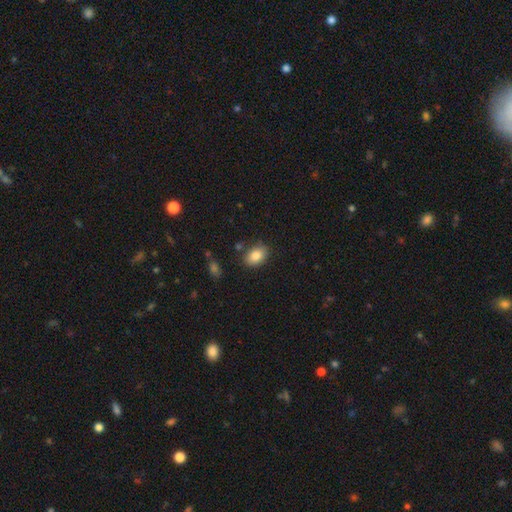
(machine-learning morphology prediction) This appears to be a smooth galaxy with no disk features (85%) that is in between round and cigar-shaped (82%). Merging: none (82%).